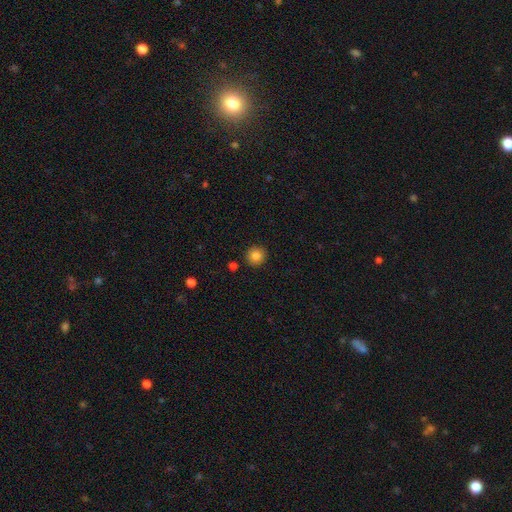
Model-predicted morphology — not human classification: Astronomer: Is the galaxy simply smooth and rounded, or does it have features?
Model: smooth — 85%.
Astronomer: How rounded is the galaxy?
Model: round — 95%.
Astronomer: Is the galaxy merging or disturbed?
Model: none — 91%.